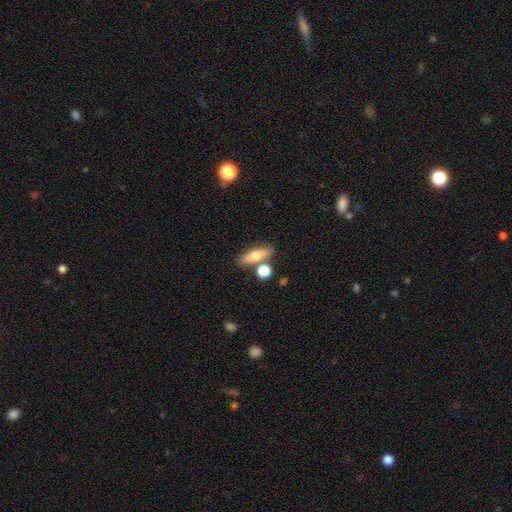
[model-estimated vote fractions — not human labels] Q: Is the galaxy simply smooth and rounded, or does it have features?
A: smooth — 71%.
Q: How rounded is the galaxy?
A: in between — 56%.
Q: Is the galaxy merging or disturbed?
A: none — 67%.